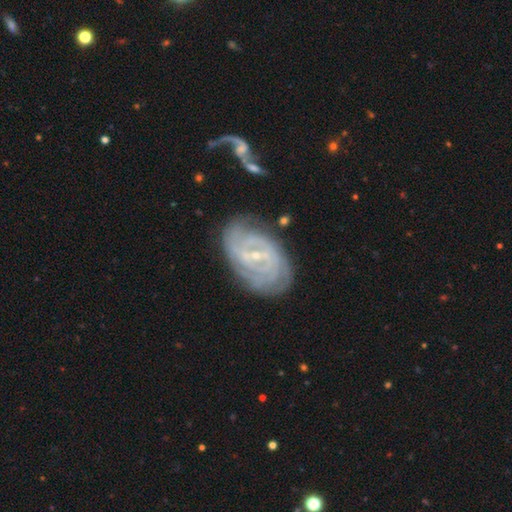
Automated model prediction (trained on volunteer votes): The model was most divided on "spiral arm count": can't tell: 31%, 2: 24%, 3: 17%, 4: 15%, more than 4: 7%, 1: 6%. More confident: edge-on disk — no (96%); spiral arms — yes (95%); smooth or featured — featured or disk (85%); bulge size — small (77%); merging — none (70%); spiral winding — tight (63%); bar — weak (50%).